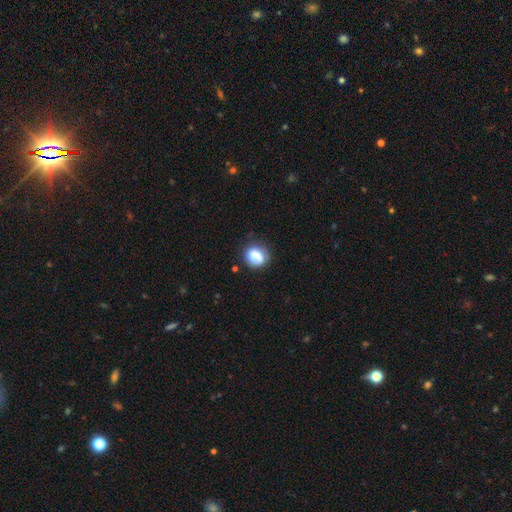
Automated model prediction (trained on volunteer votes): A smooth galaxy with no disk features (75%) that is round (71%).

Vote fractions:
- Smooth or featured? smooth: 75% / featured or disk: 16% / star or artifact: 9%
- How rounded? round: 71% / in between: 28% / cigar-shaped: 1%
- Merging? none: 62% / minor disturbance: 23% / major disturbance: 10% / merger: 5%